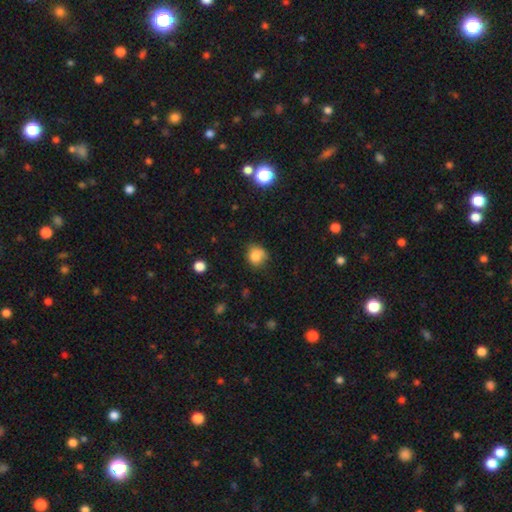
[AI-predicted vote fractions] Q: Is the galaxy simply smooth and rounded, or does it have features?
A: smooth — 82%.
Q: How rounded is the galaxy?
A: round — 83%.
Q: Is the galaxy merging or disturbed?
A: none — 69%.